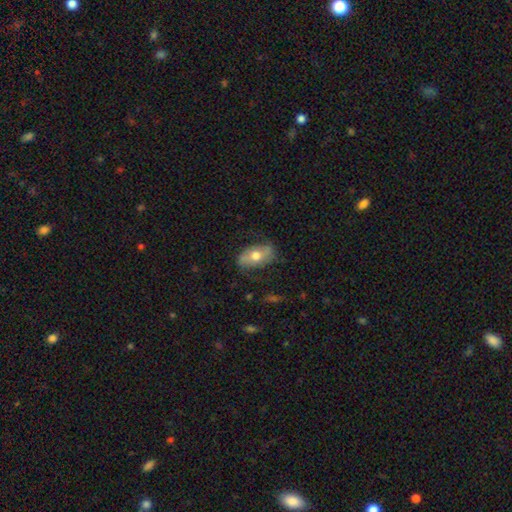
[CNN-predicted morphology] Smooth or featured: smooth — 53% (featured or disk — 40%)
How rounded: in between — 89% (round — 7%)
Merging: none — 73% (minor disturbance — 19%)